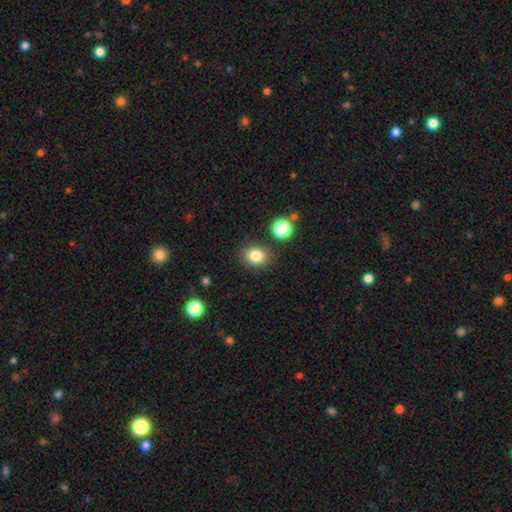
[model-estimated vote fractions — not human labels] This is clearly a smooth galaxy (83%). How rounded: likely round (63%). Merging: clearly none (84%).